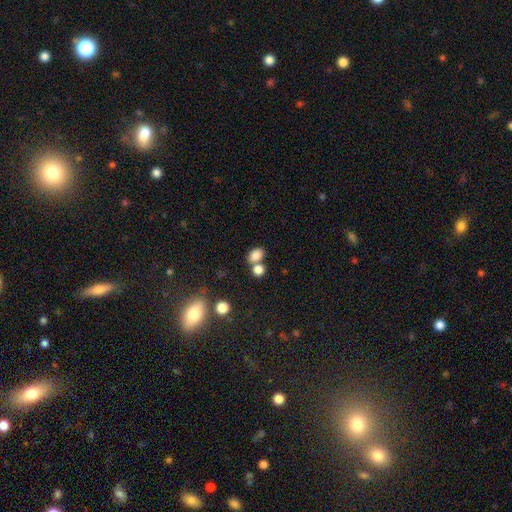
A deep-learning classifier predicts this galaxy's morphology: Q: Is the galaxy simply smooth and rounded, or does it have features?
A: smooth — 82%.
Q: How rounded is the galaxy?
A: in between — 70%.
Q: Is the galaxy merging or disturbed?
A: none — 50%.